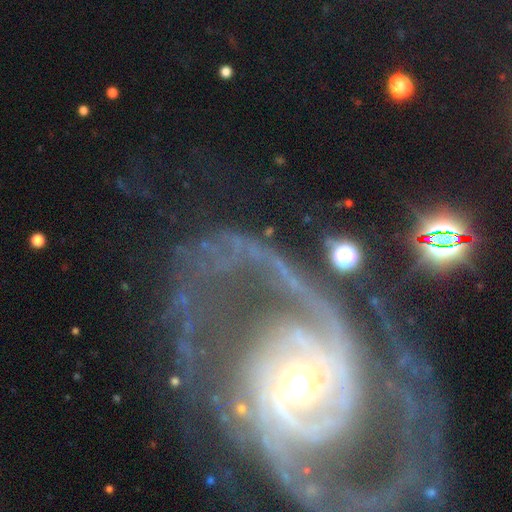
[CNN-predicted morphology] smooth_or_featured: featured or disk (p=0.84) [alt: star or artifact p=0.09]
disk_edge_on: no (p=0.96) [alt: yes p=0.04]
bar: no (p=0.56) [alt: weak p=0.25]
has_spiral_arms: yes (p=0.90) [alt: no p=0.10]
spiral_winding: tight (p=0.37) [alt: medium p=0.36]
spiral_arm_count: 2 (p=0.46) [alt: can't tell p=0.17]
bulge_size: moderate (p=0.56) [alt: small p=0.33]
merging: none (p=0.45) [alt: major disturbance p=0.35]